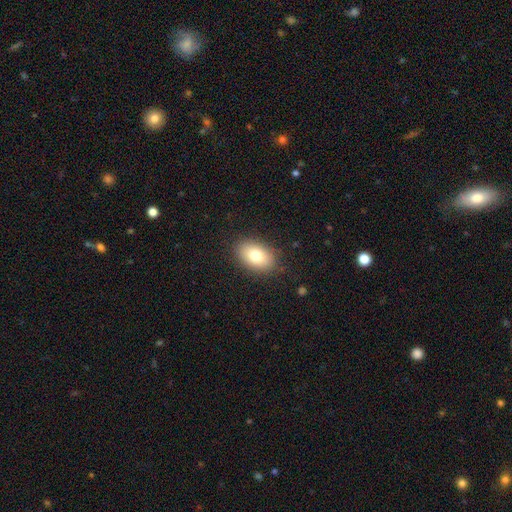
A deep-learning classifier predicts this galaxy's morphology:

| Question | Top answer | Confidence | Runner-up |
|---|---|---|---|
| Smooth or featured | smooth | 79% | featured or disk (13%) |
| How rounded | in between | 88% | round (11%) |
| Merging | none | 86% | minor disturbance (10%) |